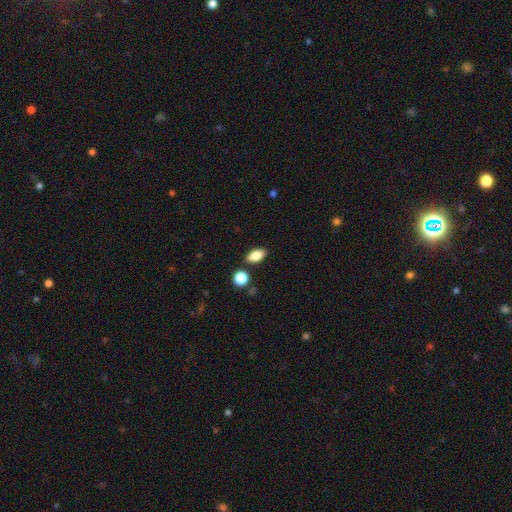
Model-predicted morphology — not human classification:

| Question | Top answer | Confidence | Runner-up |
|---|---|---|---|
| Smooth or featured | smooth | 84% | featured or disk (8%) |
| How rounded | in between | 88% | round (7%) |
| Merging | none | 84% | minor disturbance (10%) |